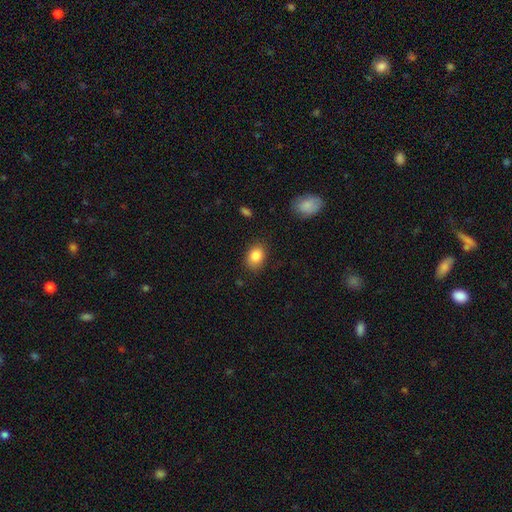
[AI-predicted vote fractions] Morphology: type=smooth (85%); roundness=in between (67%); merging=none (82%).